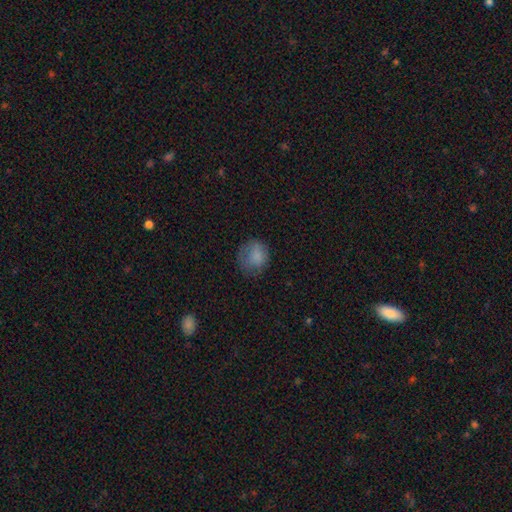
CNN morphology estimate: Q: Smooth or featured?
A: smooth (79%); runner-up: featured or disk (12%)
Q: How rounded?
A: round (76%); runner-up: in between (23%)
Q: Merging?
A: none (58%); runner-up: minor disturbance (25%)